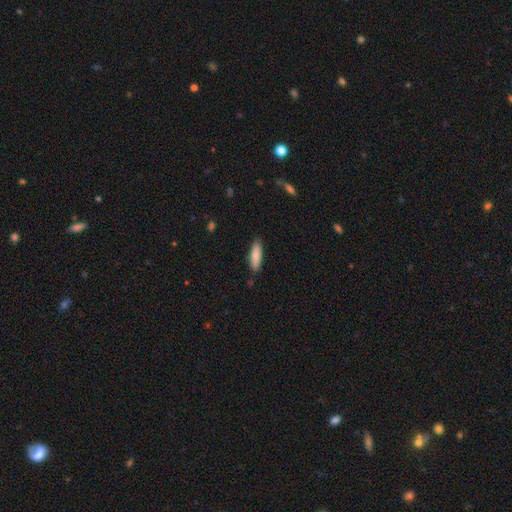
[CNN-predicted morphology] The model was most divided on "how rounded": cigar-shaped: 55%, in between: 43%, round: 2%. More confident: merging — none (86%); smooth or featured — smooth (83%).